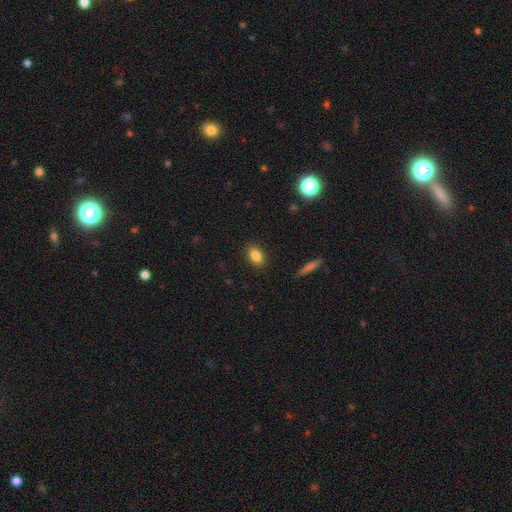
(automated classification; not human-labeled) Smooth or featured?
  - smooth: 85% *
  - star or artifact: 9%
  - featured or disk: 6%
How rounded?
  - in between: 84% *
  - round: 13%
  - cigar-shaped: 3%
Merging?
  - none: 88% *
  - minor disturbance: 8%
  - major disturbance: 2%
  - merger: 1%